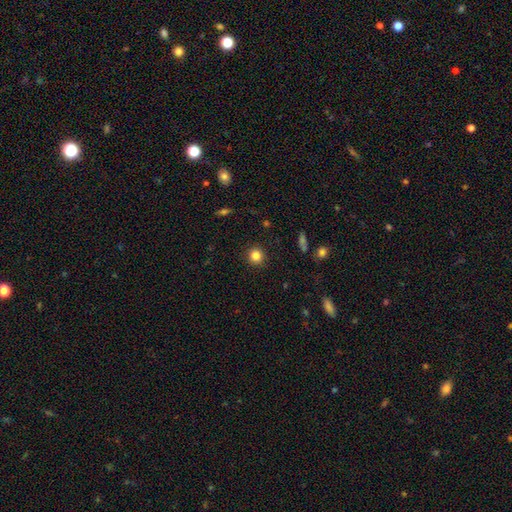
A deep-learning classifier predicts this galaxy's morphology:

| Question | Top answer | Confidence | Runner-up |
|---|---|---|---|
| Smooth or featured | smooth | 84% | star or artifact (11%) |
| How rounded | round | 92% | in between (7%) |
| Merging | none | 91% | minor disturbance (5%) |